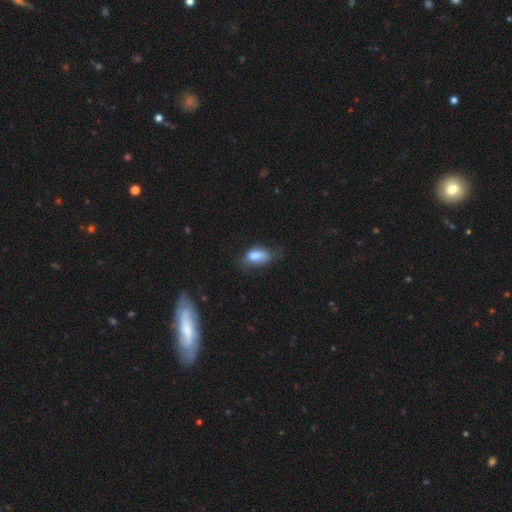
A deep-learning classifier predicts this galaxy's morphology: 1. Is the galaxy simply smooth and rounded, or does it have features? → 79% smooth, 12% featured or disk, 9% star or artifact.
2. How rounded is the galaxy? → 88% in between, 7% round, 4% cigar-shaped.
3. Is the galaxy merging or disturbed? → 42% none, 36% minor disturbance, 20% major disturbance, 3% merger.